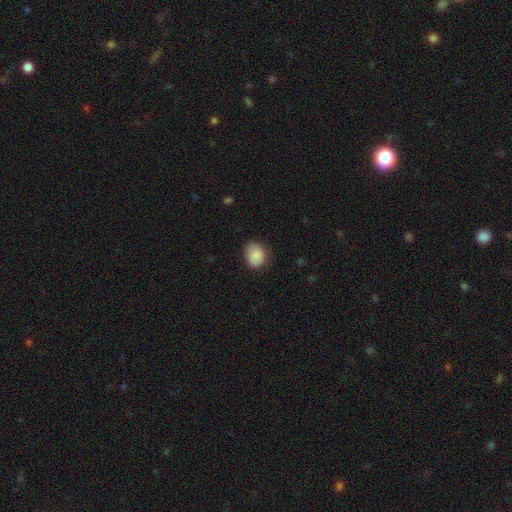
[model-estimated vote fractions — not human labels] Overall: smooth (86%). How rounded: round (50%; in between 49%). Merging: none (74%).